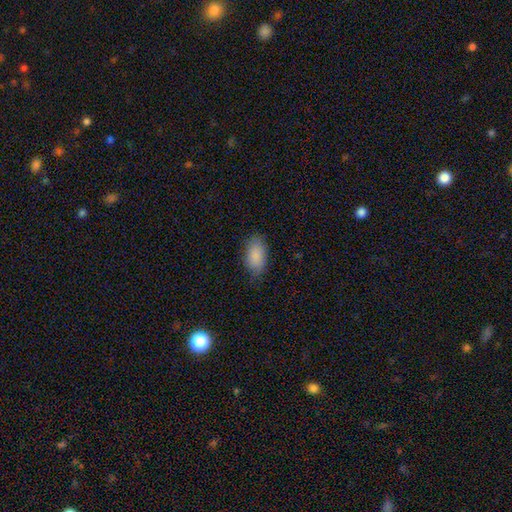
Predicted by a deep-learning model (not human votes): Smooth or featured? Predicted: smooth (p=0.88). How rounded? Predicted: in between (p=0.94). Merging? Predicted: none (p=0.78).